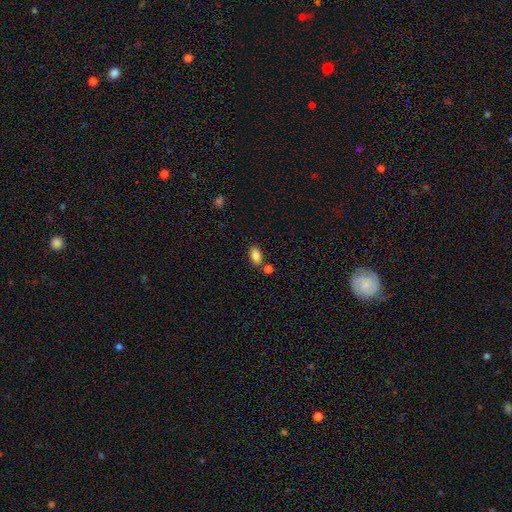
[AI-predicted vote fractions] smooth_or_featured: smooth (p=0.85) [alt: star or artifact p=0.09]
how_rounded: in between (p=0.89) [alt: round p=0.09]
merging: none (p=0.73) [alt: merger p=0.13]